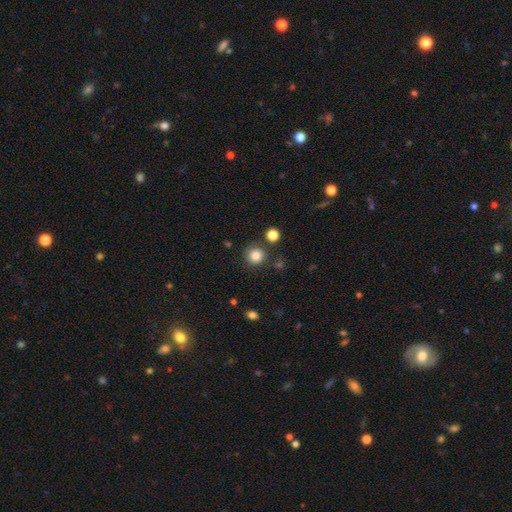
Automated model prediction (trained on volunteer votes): Smooth or featured: smooth — 83% (star or artifact — 12%)
How rounded: round — 92% (in between — 7%)
Merging: none — 81% (minor disturbance — 10%)